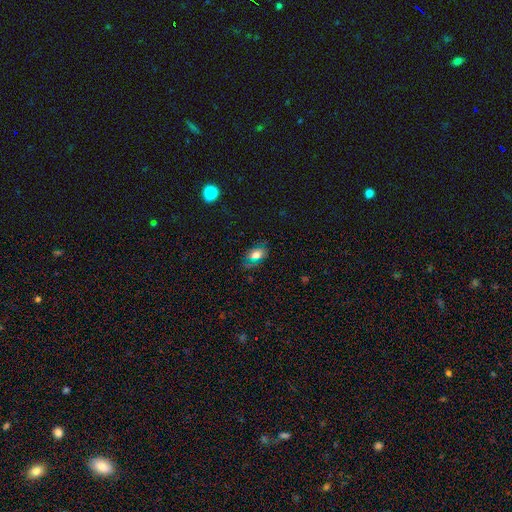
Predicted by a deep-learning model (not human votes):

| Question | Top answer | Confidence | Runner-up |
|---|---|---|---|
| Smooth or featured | smooth | 65% | featured or disk (20%) |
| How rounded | in between | 87% | round (10%) |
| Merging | none | 76% | minor disturbance (17%) |